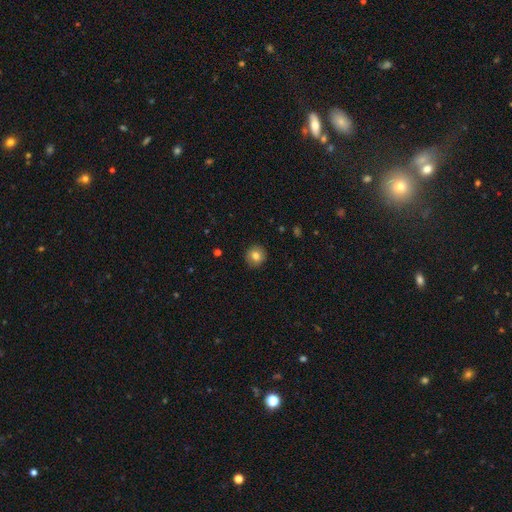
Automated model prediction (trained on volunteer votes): Overall: smooth (80%). How rounded: round (91%). Merging: none (90%).